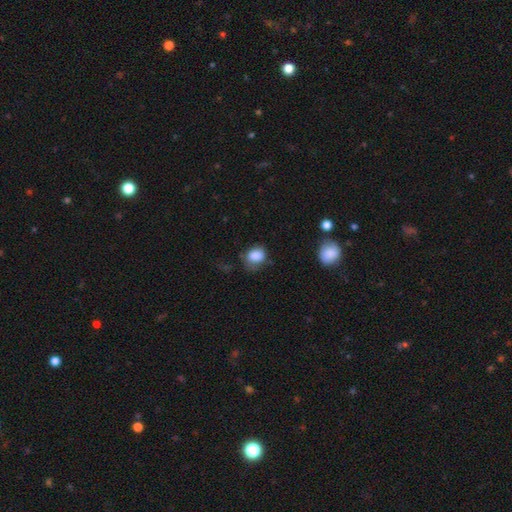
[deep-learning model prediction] This appears to be a smooth galaxy with no disk features (85%) that is in between round and cigar-shaped (52%). Merging: none (51%).